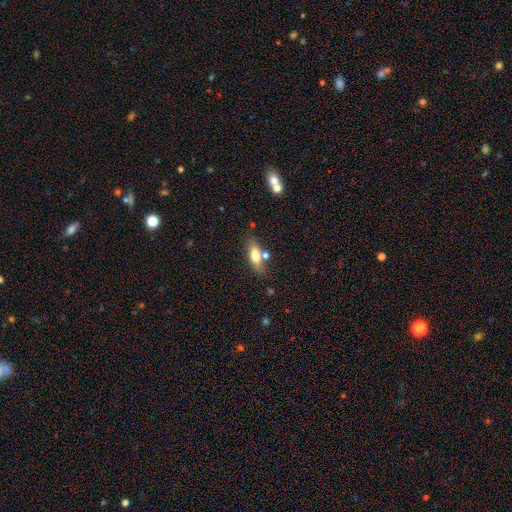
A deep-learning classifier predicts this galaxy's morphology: smooth 68%, featured or disk 24%, star or artifact 8%. Down the decision tree: how rounded — in between (70%); merging — none (63%).